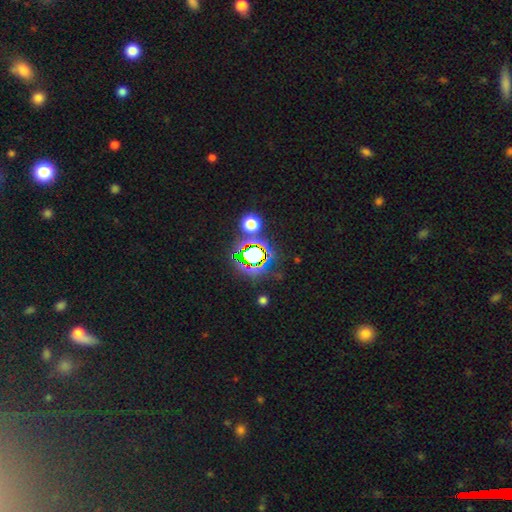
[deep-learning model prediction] smooth_or_featured: star or artifact (p=0.69) [alt: smooth p=0.20]